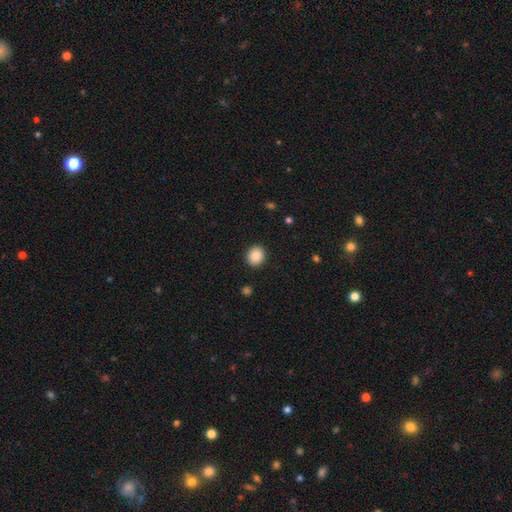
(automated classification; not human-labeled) This appears to be a smooth galaxy with no disk features (89%) that is round (76%). Merging: none (91%).